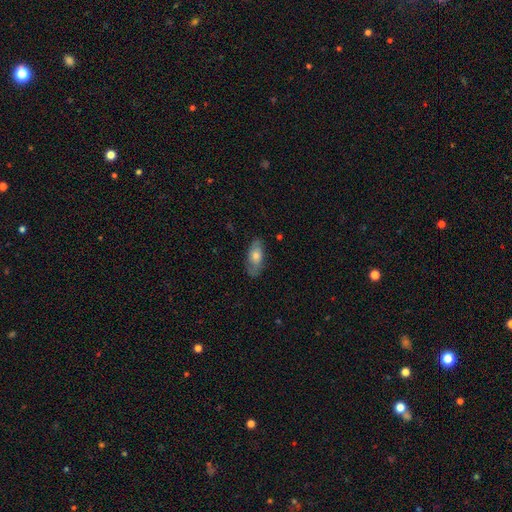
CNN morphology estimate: type=smooth (64%); roundness=in between (85%); merging=none (74%).